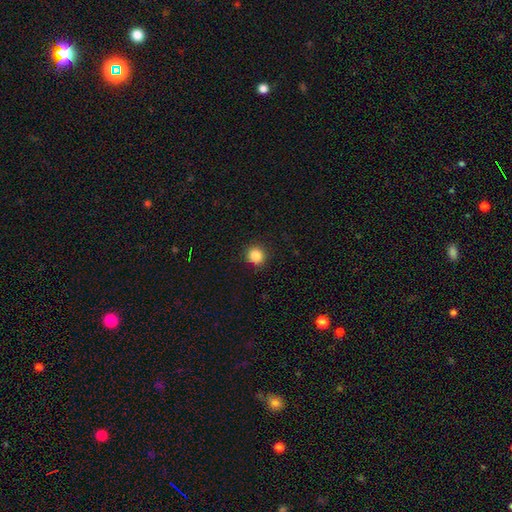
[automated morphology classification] A smooth galaxy with no disk features (86%) that is round (91%).

Vote fractions:
- Smooth or featured? smooth: 86% / star or artifact: 10% / featured or disk: 4%
- How rounded? round: 91% / in between: 8% / cigar-shaped: 1%
- Merging? none: 91% / minor disturbance: 6% / major disturbance: 2% / merger: 1%